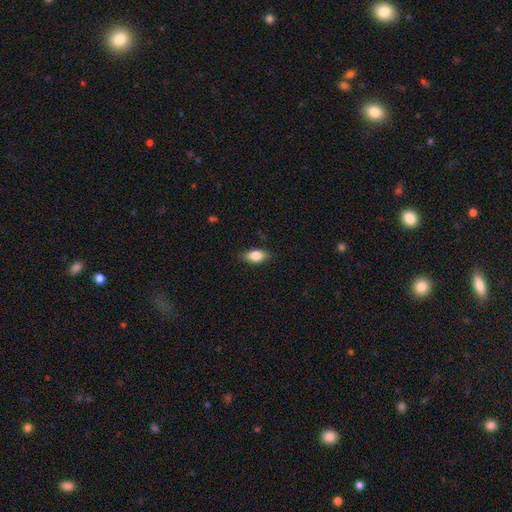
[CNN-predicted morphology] Smooth or featured: smooth — 80% (featured or disk — 13%)
How rounded: in between — 84% (round — 9%)
Merging: none — 81% (minor disturbance — 15%)